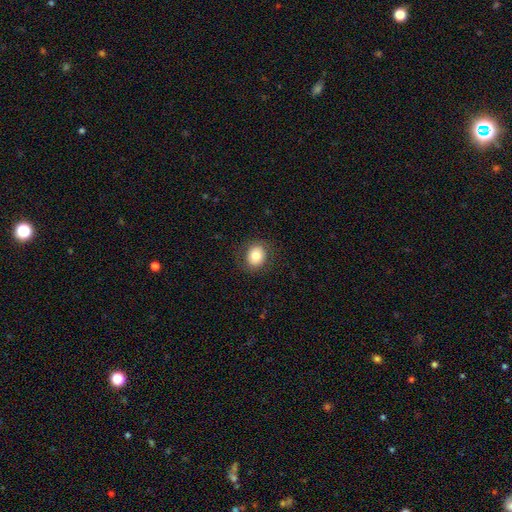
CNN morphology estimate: A smooth galaxy with no disk features (81%) that is round (64%). Merging: none (86%).